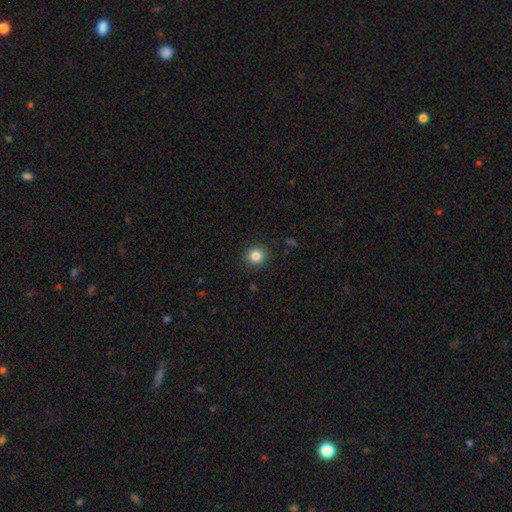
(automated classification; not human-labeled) A smooth galaxy with no disk features (84%) that is round (90%).

Vote fractions:
- Smooth or featured? smooth: 84% / star or artifact: 11% / featured or disk: 5%
- How rounded? round: 90% / in between: 9% / cigar-shaped: 1%
- Merging? none: 90% / minor disturbance: 7% / major disturbance: 2% / merger: 1%